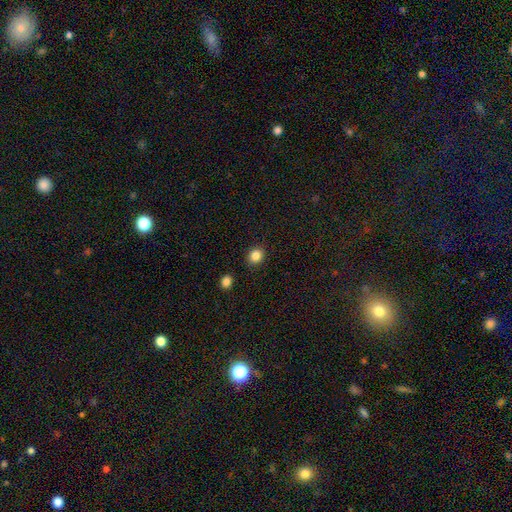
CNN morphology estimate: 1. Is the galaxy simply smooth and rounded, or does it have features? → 85% smooth, 11% star or artifact, 5% featured or disk.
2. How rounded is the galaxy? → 73% round, 26% in between, 1% cigar-shaped.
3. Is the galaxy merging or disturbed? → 89% none, 7% minor disturbance, 2% major disturbance, 2% merger.